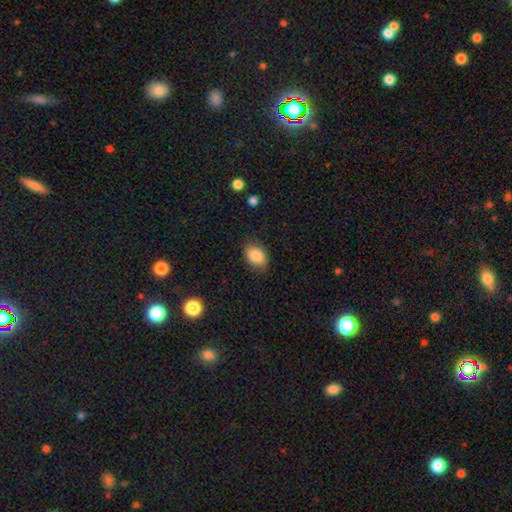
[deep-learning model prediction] Smooth or featured? smooth (86%)
How rounded? in between (80%)
Merging? none (84%)